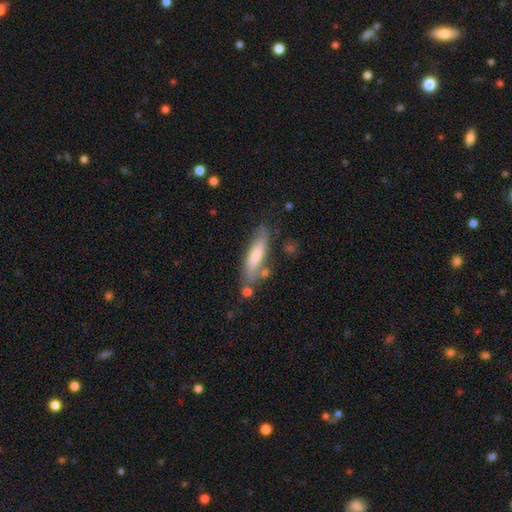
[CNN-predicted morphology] smooth-or-featured: featured or disk: 45% | smooth: 44% | star or artifact: 11%
  merging: none: 65% | minor disturbance: 21% | merger: 8% | major disturbance: 7%